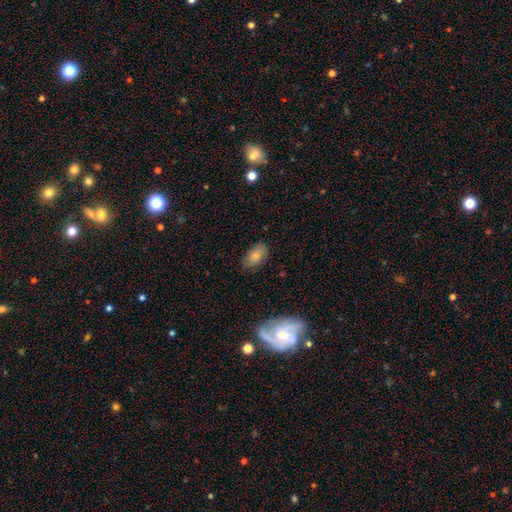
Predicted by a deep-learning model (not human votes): A smooth galaxy with no disk features (83%) that is in between round and cigar-shaped (92%).

Vote fractions:
- Smooth or featured? smooth: 83% / featured or disk: 9% / star or artifact: 8%
- How rounded? in between: 92% / round: 5% / cigar-shaped: 3%
- Merging? none: 81% / minor disturbance: 15% / major disturbance: 3% / merger: 1%